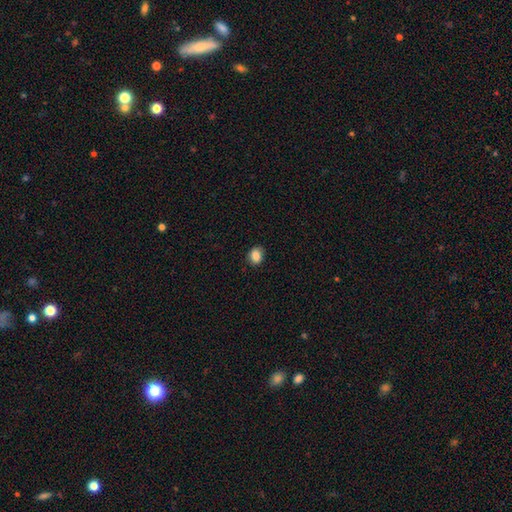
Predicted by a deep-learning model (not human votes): The model was most divided on "how rounded": round: 55%, in between: 45%, cigar-shaped: 1%. More confident: merging — none (87%); smooth or featured — smooth (86%).